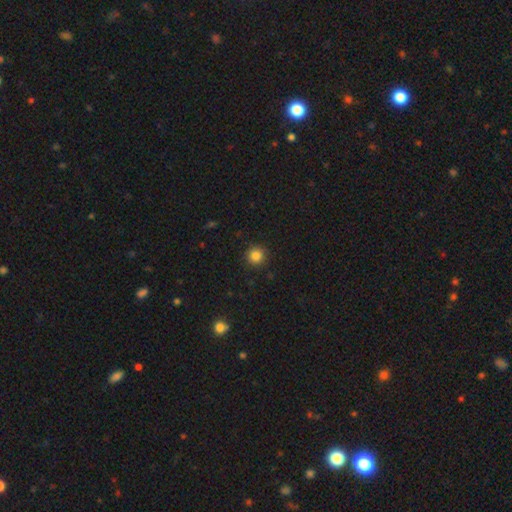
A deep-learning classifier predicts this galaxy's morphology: Smooth or featured?
  - smooth: 84% *
  - star or artifact: 11%
  - featured or disk: 4%
How rounded?
  - round: 95% *
  - in between: 4%
  - cigar-shaped: 1%
Merging?
  - none: 91% *
  - minor disturbance: 6%
  - major disturbance: 2%
  - merger: 1%